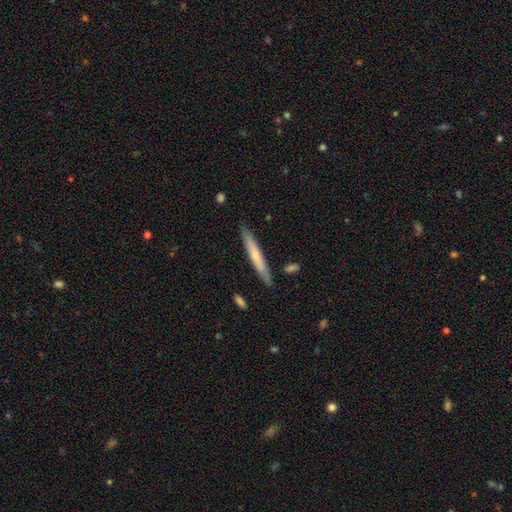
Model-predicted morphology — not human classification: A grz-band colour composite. It shows a smooth galaxy with no disk features (54%) that is cigar-shaped (95%). Merging: none (86%).